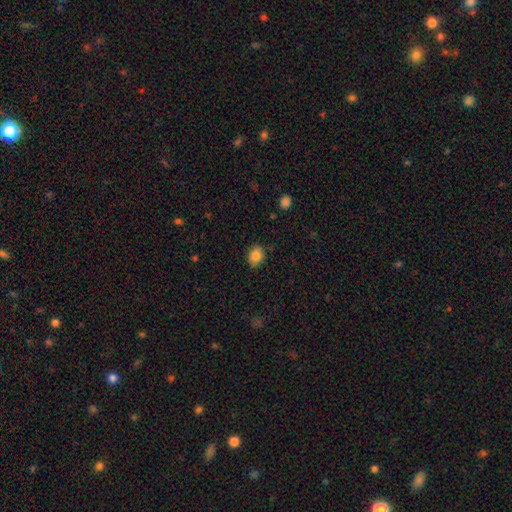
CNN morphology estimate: Q: Smooth or featured?
A: smooth (85%); runner-up: star or artifact (9%)
Q: How rounded?
A: in between (64%); runner-up: round (35%)
Q: Merging?
A: none (84%); runner-up: minor disturbance (12%)